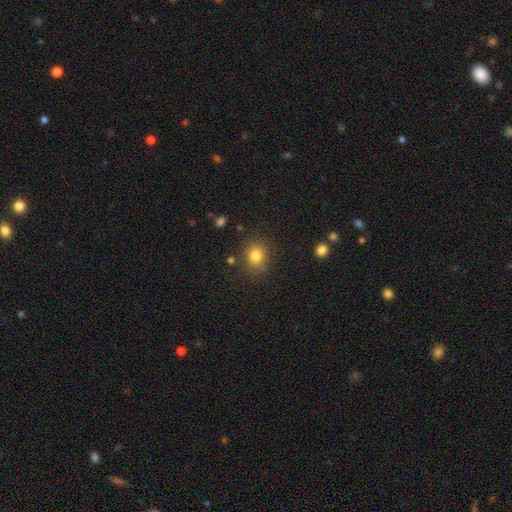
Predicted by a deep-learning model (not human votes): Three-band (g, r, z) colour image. It shows a smooth galaxy with no disk features (82%) that is round (71%). Merging: none (81%).